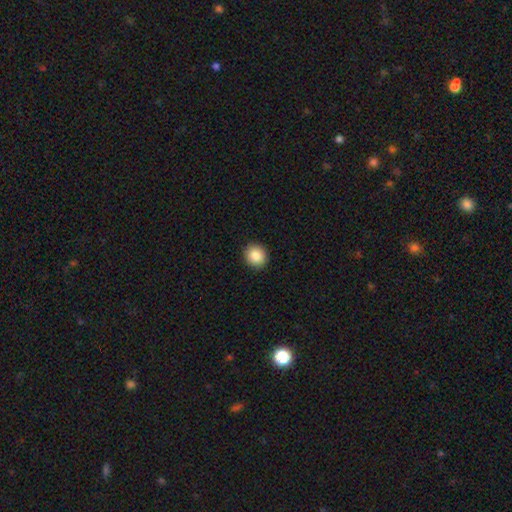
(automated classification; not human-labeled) Morphology: type=smooth (87%); roundness=round (81%); merging=none (92%).